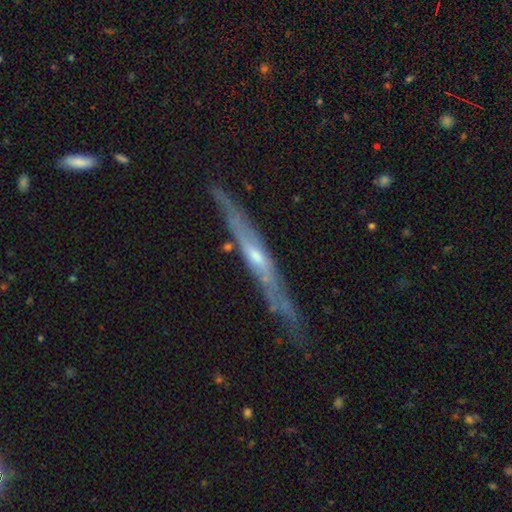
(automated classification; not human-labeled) smooth-or-featured: featured or disk: 77% | smooth: 17% | star or artifact: 6%
  disk-edge-on: yes: 92% | no: 8%
    edge-on-bulge: rounded: 56% | none: 39% | boxy: 5%
  merging: none: 78% | minor disturbance: 17% | major disturbance: 3% | merger: 2%